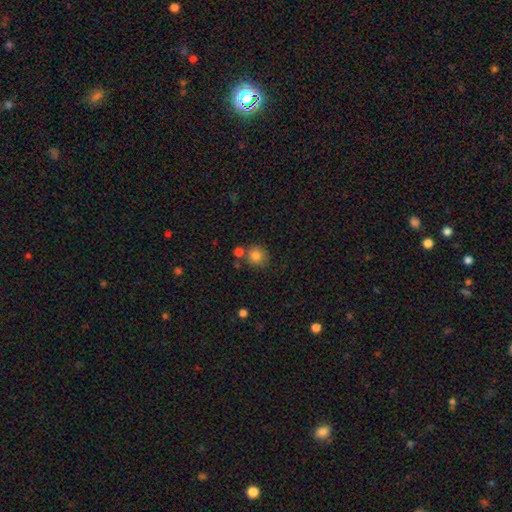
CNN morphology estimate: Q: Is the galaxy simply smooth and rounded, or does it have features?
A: smooth — 81%.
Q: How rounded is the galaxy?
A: round — 89%.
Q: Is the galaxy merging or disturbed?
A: none — 71%.